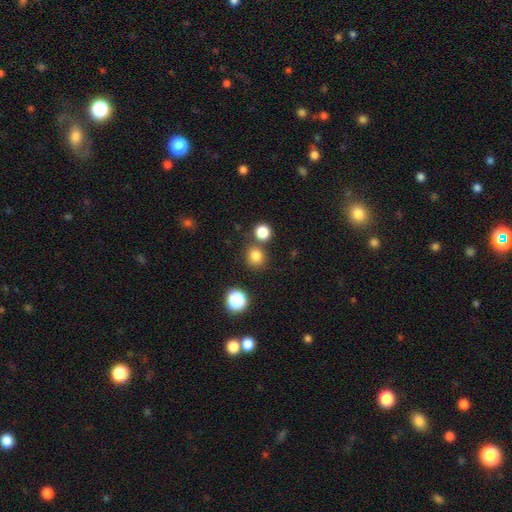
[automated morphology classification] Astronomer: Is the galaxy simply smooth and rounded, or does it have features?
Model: smooth — 79%.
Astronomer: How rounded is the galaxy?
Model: round — 87%.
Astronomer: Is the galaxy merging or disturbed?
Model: none — 74%.